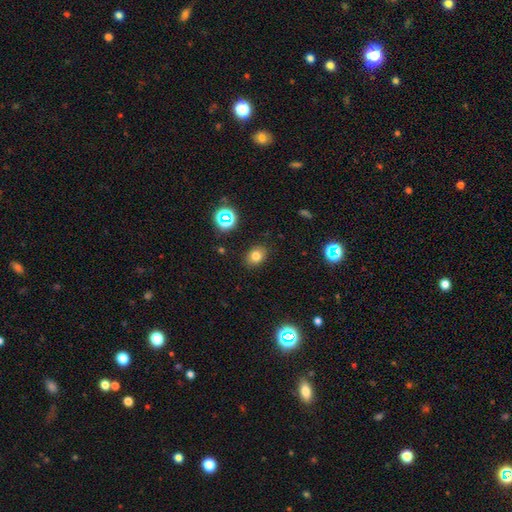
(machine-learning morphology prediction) smooth_or_featured: smooth (p=0.76) [alt: star or artifact p=0.15]
how_rounded: in between (p=0.59) [alt: round p=0.40]
merging: none (p=0.87) [alt: minor disturbance p=0.09]